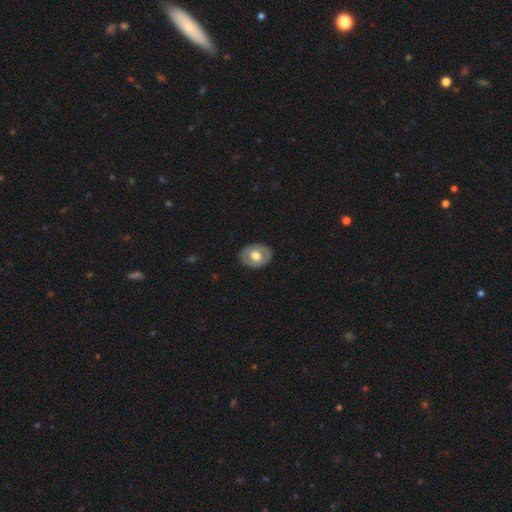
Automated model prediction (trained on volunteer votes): smooth 54%, featured or disk 40%, star or artifact 6%. Down the decision tree: how rounded — in between (68%); merging — none (84%).